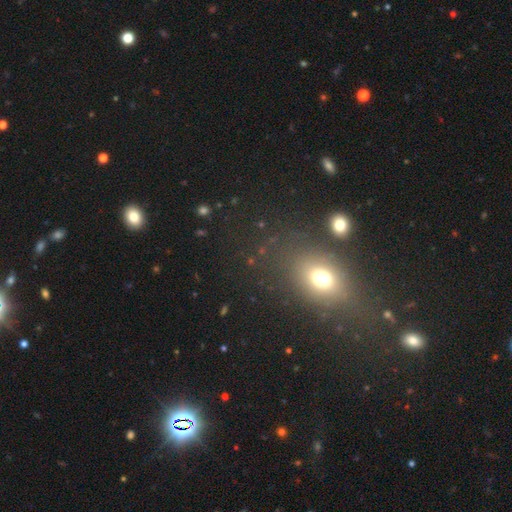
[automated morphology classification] smooth_or_featured: smooth (p=0.54) [alt: star or artifact p=0.33]
how_rounded: in between (p=0.56) [alt: round p=0.39]
merging: none (p=0.76) [alt: minor disturbance p=0.12]